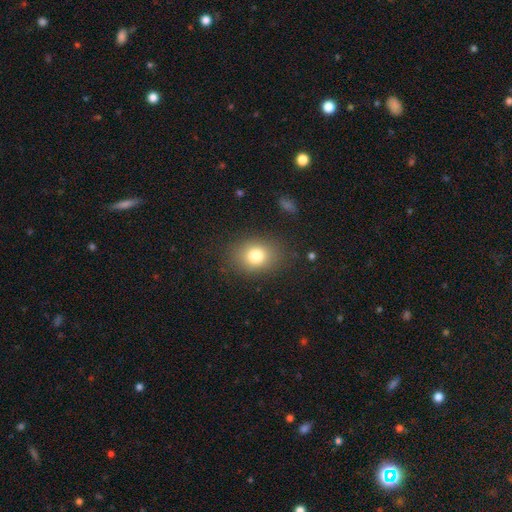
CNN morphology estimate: Smooth or featured?
  - smooth: 79% *
  - star or artifact: 12%
  - featured or disk: 10%
How rounded?
  - in between: 50% *
  - round: 49%
  - cigar-shaped: 1%
Merging?
  - none: 83% *
  - minor disturbance: 11%
  - major disturbance: 5%
  - merger: 1%